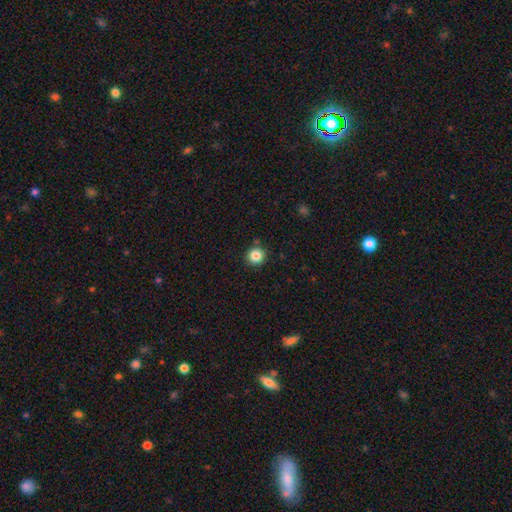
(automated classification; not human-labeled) Smooth or featured? Predicted: smooth (p=0.85). How rounded? Predicted: round (p=0.92). Merging? Predicted: none (p=0.88).